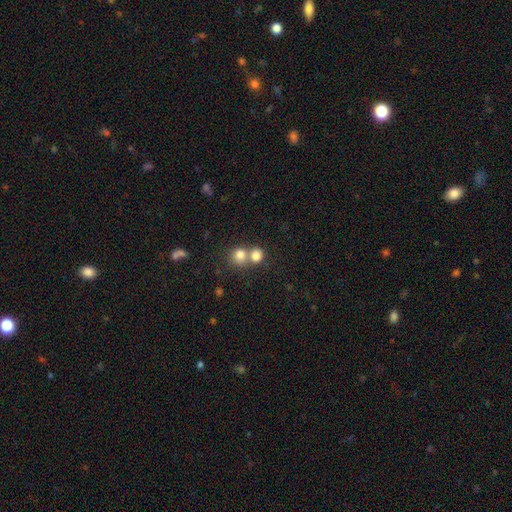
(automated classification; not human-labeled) smooth-or-featured: smooth: 79% | star or artifact: 12% | featured or disk: 9%
  how-rounded: round: 77% | in between: 22% | cigar-shaped: 1%
  merging: merger: 51% | none: 41% | minor disturbance: 6% | major disturbance: 3%